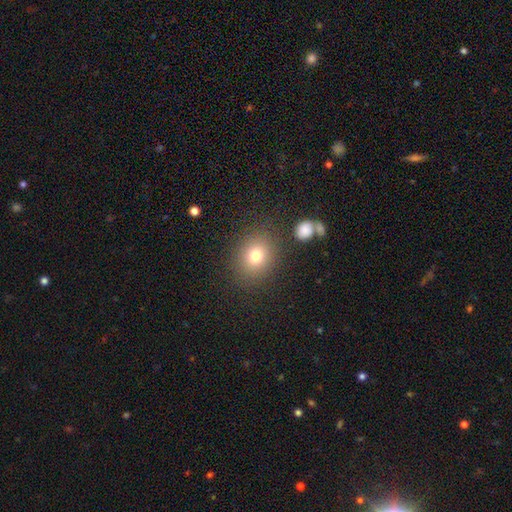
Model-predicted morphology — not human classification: smooth-or-featured: smooth: 77% | star or artifact: 13% | featured or disk: 10%
  how-rounded: round: 63% | in between: 36% | cigar-shaped: 1%
  merging: none: 83% | minor disturbance: 10% | major disturbance: 5% | merger: 3%